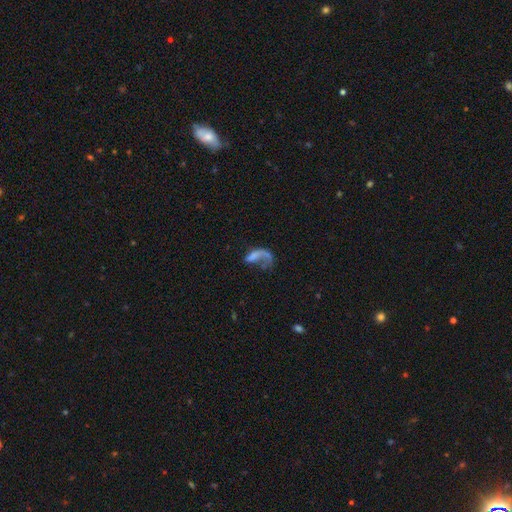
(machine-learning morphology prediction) This is possibly a featured or disk galaxy (51%). It is clearly not viewed edge-on (95%). Merging: possibly major disturbance (53%).